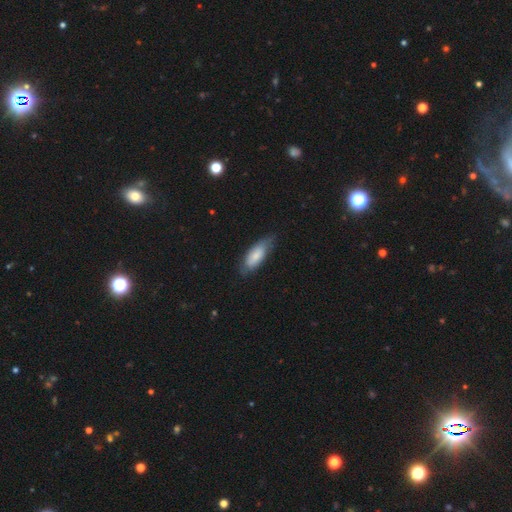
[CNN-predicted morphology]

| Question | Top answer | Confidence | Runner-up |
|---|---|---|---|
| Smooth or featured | smooth | 76% | featured or disk (18%) |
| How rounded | in between | 75% | cigar-shaped (23%) |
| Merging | none | 63% | minor disturbance (29%) |